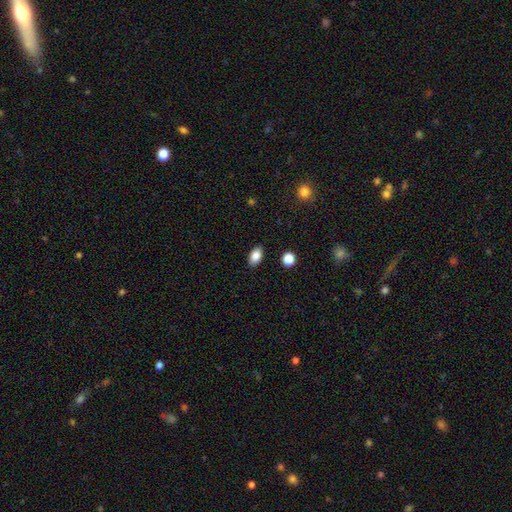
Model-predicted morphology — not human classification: Smooth or featured: smooth — 86% (star or artifact — 9%)
How rounded: in between — 89% (round — 9%)
Merging: none — 88% (minor disturbance — 9%)